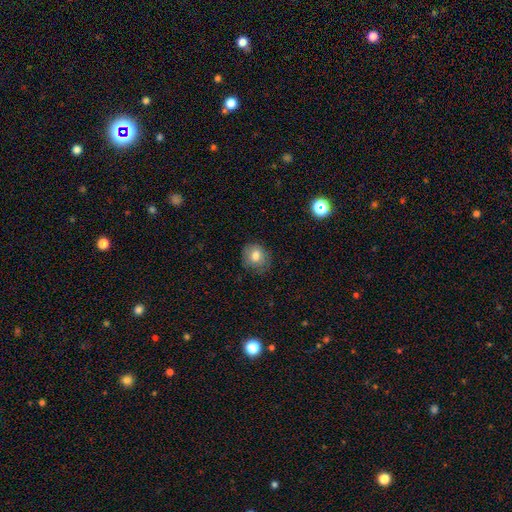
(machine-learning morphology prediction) Overall: smooth (75%). How rounded: round (77%). Merging: none (75%).